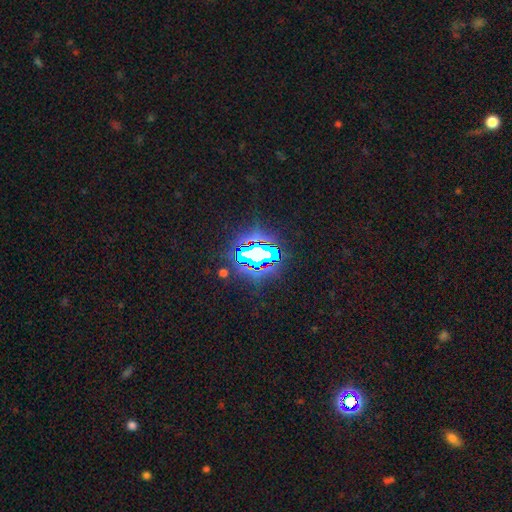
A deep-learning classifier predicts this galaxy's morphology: Smooth or featured?
  - star or artifact: 76% *
  - smooth: 12%
  - featured or disk: 12%